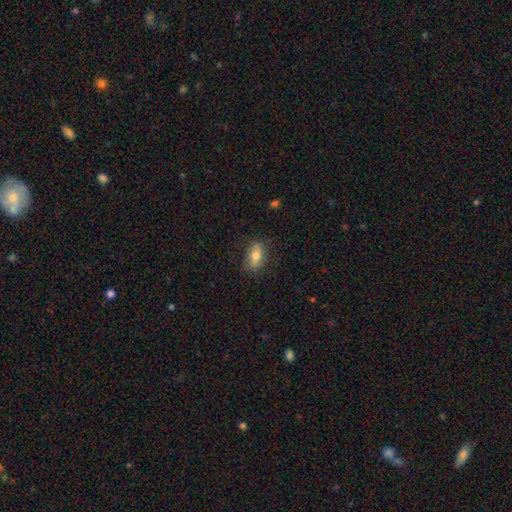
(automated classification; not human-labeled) Morphology: type=smooth (66%); roundness=in between (84%); merging=none (78%).